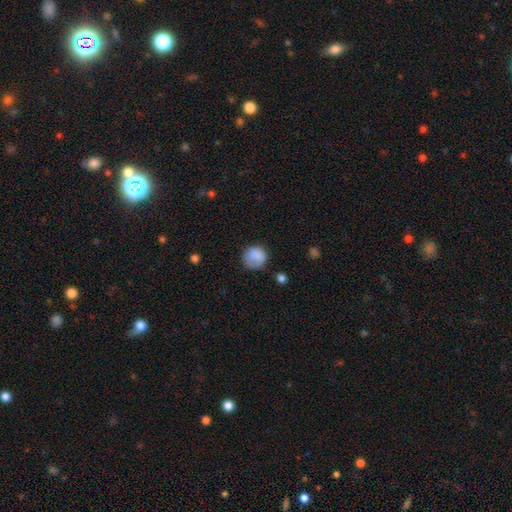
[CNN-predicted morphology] Q: Smooth or featured?
A: smooth (85%); runner-up: star or artifact (8%)
Q: How rounded?
A: round (87%); runner-up: in between (12%)
Q: Merging?
A: none (71%); runner-up: minor disturbance (20%)